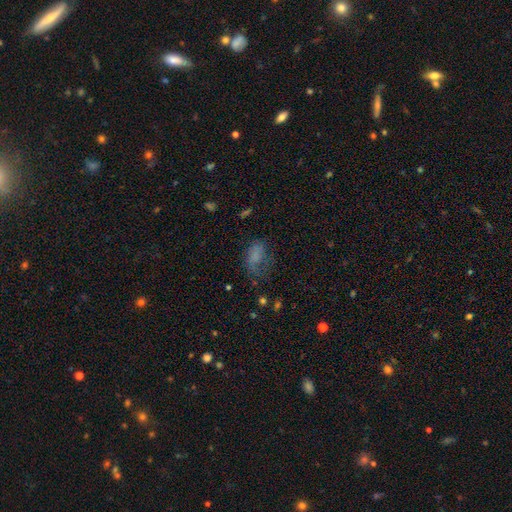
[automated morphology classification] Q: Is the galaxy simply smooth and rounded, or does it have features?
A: smooth — 65%.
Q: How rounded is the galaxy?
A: in between — 85%.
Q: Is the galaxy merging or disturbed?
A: none — 39%.